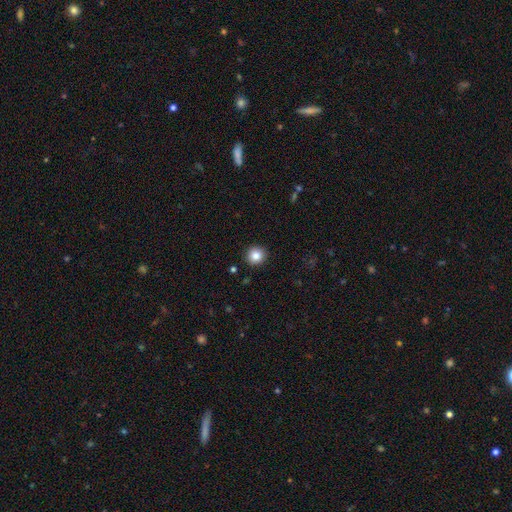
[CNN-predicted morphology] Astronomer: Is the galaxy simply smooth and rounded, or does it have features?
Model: smooth — 85%.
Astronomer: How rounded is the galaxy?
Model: round — 93%.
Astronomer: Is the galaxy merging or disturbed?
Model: none — 92%.